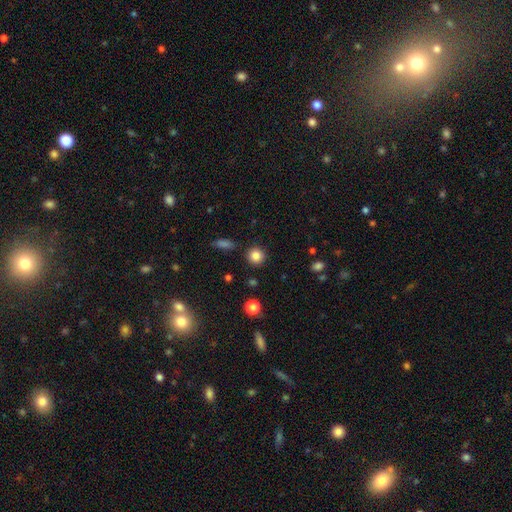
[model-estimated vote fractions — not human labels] Overall: smooth (85%). How rounded: round (92%). Merging: none (89%).